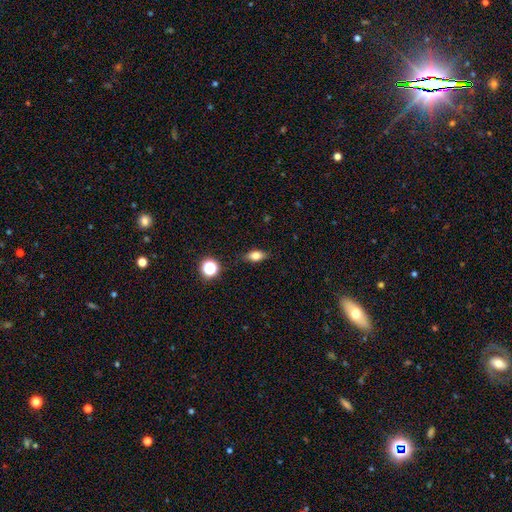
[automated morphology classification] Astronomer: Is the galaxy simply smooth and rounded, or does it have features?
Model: smooth — 76%.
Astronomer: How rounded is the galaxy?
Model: in between — 76%.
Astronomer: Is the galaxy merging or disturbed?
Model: none — 84%.